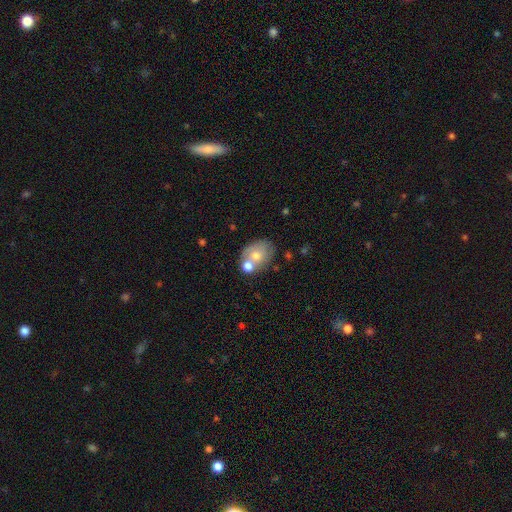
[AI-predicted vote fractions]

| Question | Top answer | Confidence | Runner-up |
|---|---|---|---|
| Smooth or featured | smooth | 63% | featured or disk (28%) |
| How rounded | in between | 67% | round (32%) |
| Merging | none | 52% | merger (26%) |